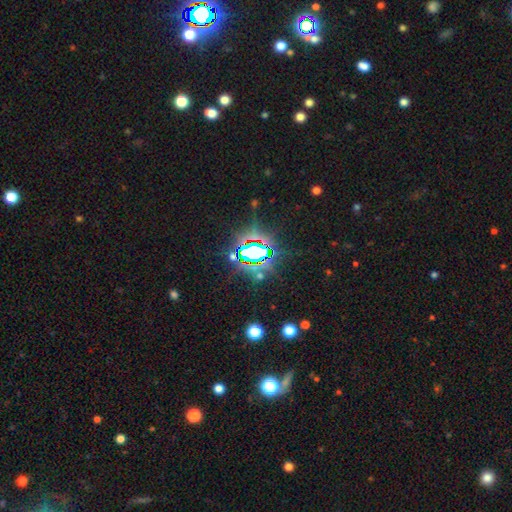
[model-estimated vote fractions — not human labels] This appears to be a star or artifact, not a galaxy (76%).